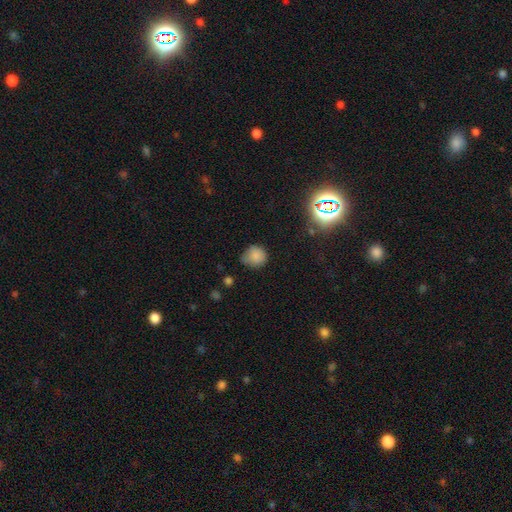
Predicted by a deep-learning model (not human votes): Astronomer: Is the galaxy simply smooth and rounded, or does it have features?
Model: smooth — 82%.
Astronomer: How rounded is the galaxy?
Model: round — 82%.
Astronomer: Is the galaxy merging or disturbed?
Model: none — 56% (runner-up: minor disturbance, 34%).